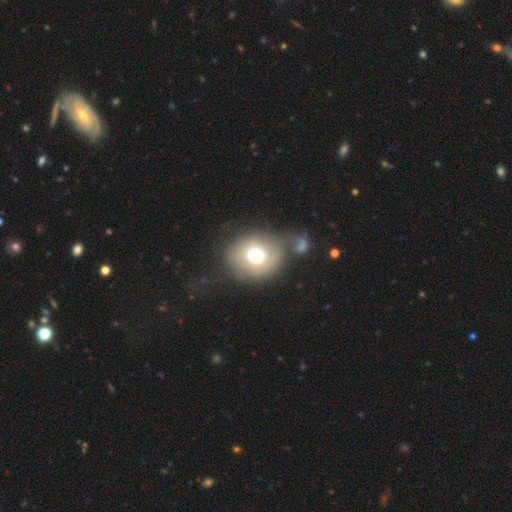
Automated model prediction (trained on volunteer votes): Morphology: type=smooth (70%); roundness=round (73%); merging=none (52%).